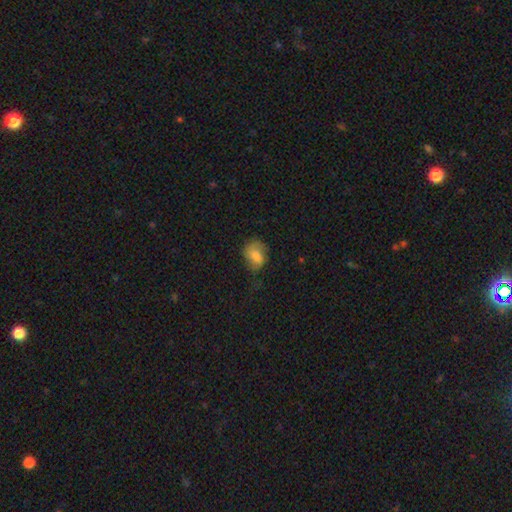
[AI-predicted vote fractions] Morphology: type=smooth (72%); roundness=in between (70%); merging=none (45%).